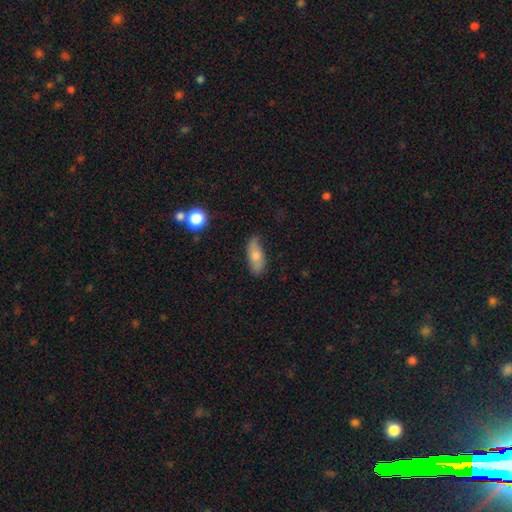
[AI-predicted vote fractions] This appears to be a smooth galaxy with no disk features (72%) that is in between round and cigar-shaped (79%). Merging: none (69%).